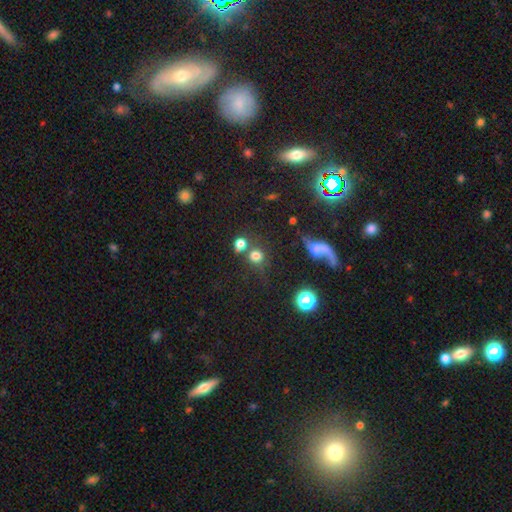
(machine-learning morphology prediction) Overall: smooth (74%). How rounded: round (87%). Merging: none (60%; merger 23%).